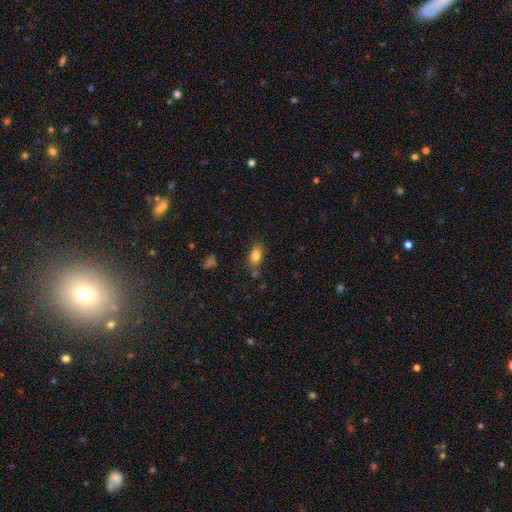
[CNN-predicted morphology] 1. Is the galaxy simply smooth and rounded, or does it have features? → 84% smooth, 9% star or artifact, 7% featured or disk.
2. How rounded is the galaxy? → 87% in between, 7% round, 6% cigar-shaped.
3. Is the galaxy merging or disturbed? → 71% none, 16% minor disturbance, 8% merger, 5% major disturbance.